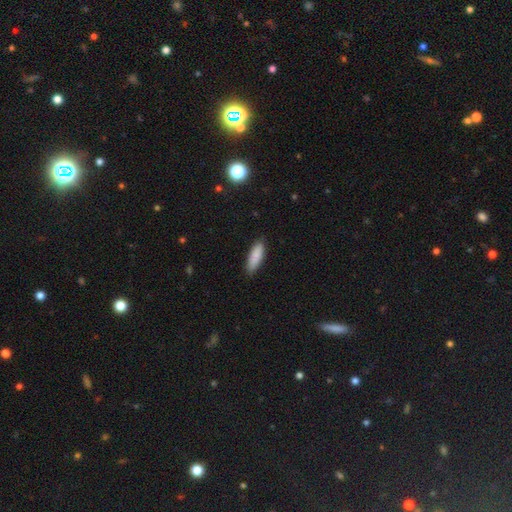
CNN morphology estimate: Smooth or featured? smooth (88%)
How rounded? in between (53%)
Merging? none (85%)